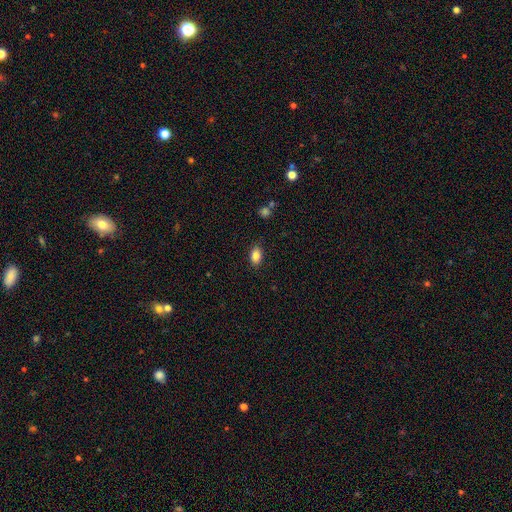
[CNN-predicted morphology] smooth-or-featured: smooth: 85% | star or artifact: 9% | featured or disk: 6%
  how-rounded: in between: 84% | round: 14% | cigar-shaped: 1%
  merging: none: 86% | minor disturbance: 10% | major disturbance: 2% | merger: 1%